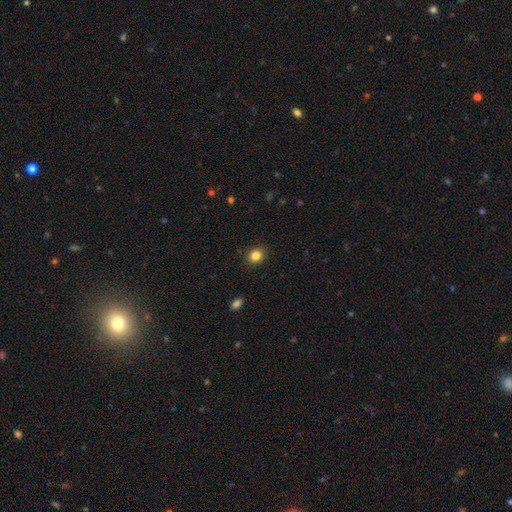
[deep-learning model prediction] Overall: smooth (84%). How rounded: round (62%; in between 37%). Merging: none (90%).